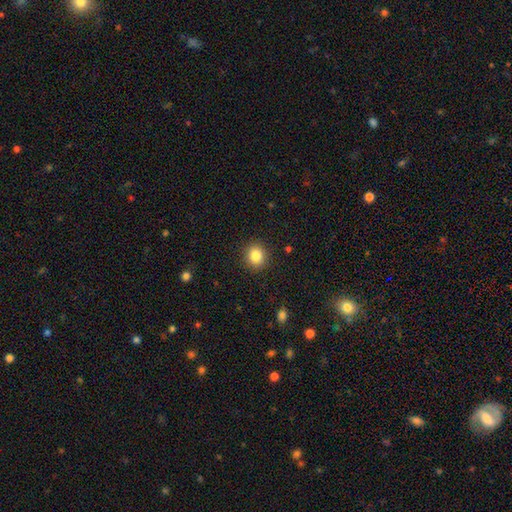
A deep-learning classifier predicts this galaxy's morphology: Overall: smooth (85%). How rounded: round (83%). Merging: none (90%).